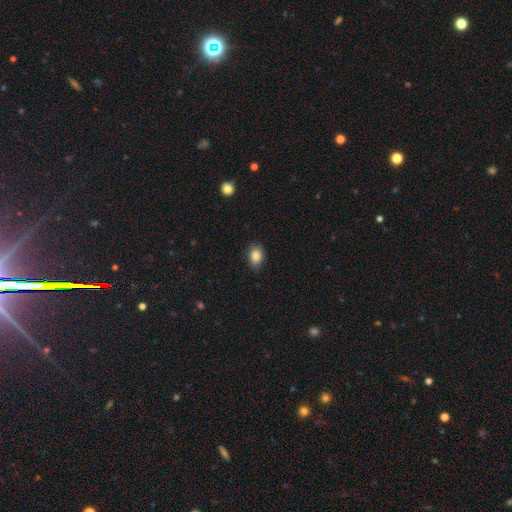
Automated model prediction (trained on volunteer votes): Q: Smooth or featured?
A: smooth (86%); runner-up: star or artifact (9%)
Q: How rounded?
A: in between (75%); runner-up: round (24%)
Q: Merging?
A: none (85%); runner-up: minor disturbance (12%)